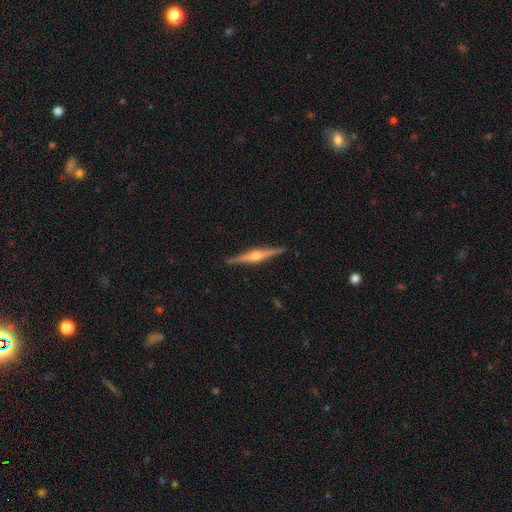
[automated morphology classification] A featured or disk galaxy (84%) viewed edge-on (99%) with a rounded central bulge (93%). Merging: none (92%).